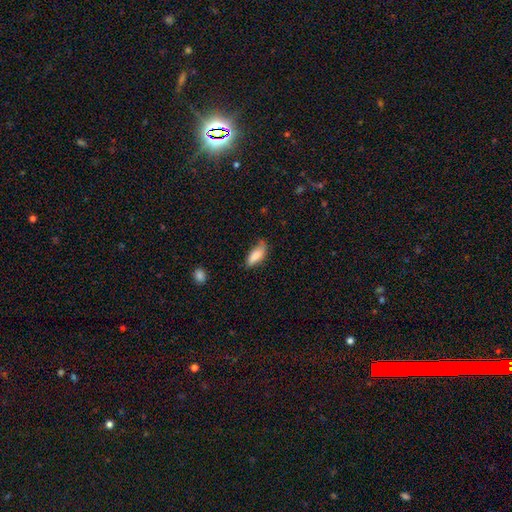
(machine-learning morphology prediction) Q: Smooth or featured?
A: smooth (84%); runner-up: featured or disk (10%)
Q: How rounded?
A: in between (74%); runner-up: cigar-shaped (23%)
Q: Merging?
A: none (58%); runner-up: minor disturbance (33%)